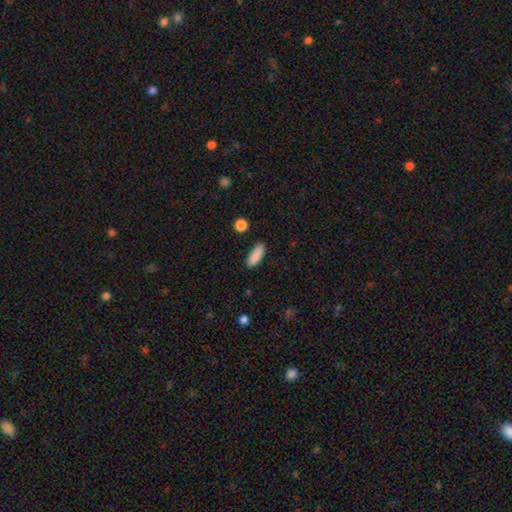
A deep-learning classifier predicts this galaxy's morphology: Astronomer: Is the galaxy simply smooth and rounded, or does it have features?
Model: smooth — 89%.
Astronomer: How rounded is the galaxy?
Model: in between — 65%.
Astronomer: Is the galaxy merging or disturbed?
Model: none — 87%.